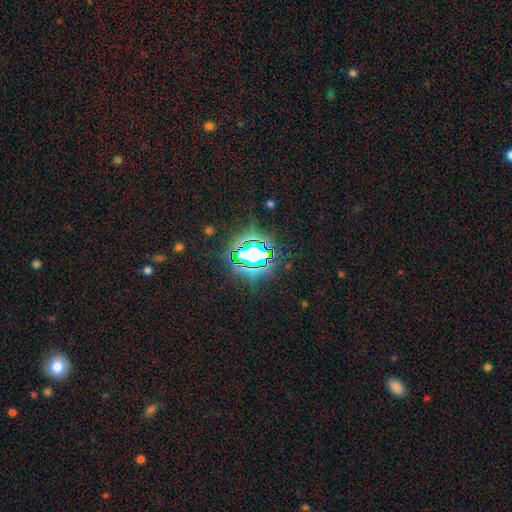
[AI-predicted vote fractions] star or artifact 80%, smooth 12%, featured or disk 8%.